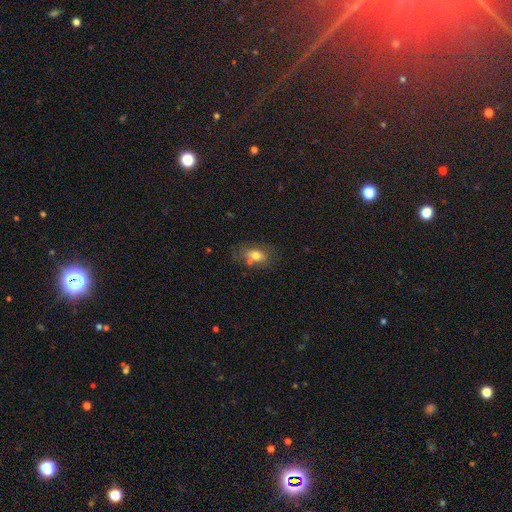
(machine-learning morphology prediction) Smooth or featured? smooth (73%)
How rounded? in between (74%)
Merging? none (63%)